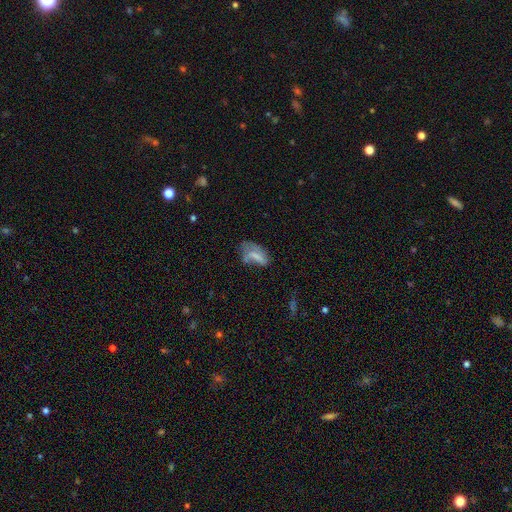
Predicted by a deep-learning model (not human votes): smooth-or-featured: smooth: 56% | featured or disk: 33% | star or artifact: 11%
  how-rounded: in between: 81% | cigar-shaped: 15% | round: 5%
  merging: major disturbance: 35% | none: 29% | minor disturbance: 26% | merger: 9%